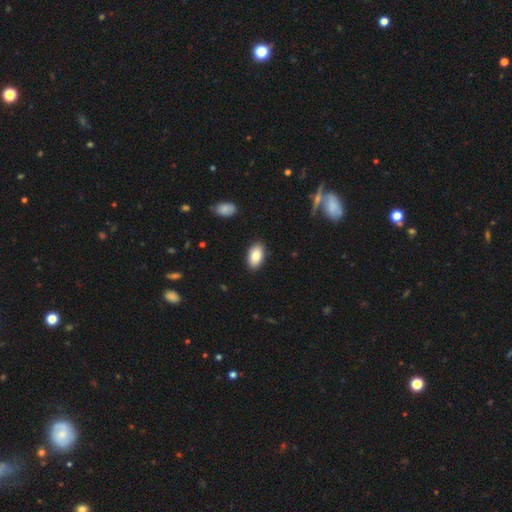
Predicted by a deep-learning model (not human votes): Overall: smooth (84%). How rounded: in between (94%). Merging: none (88%).